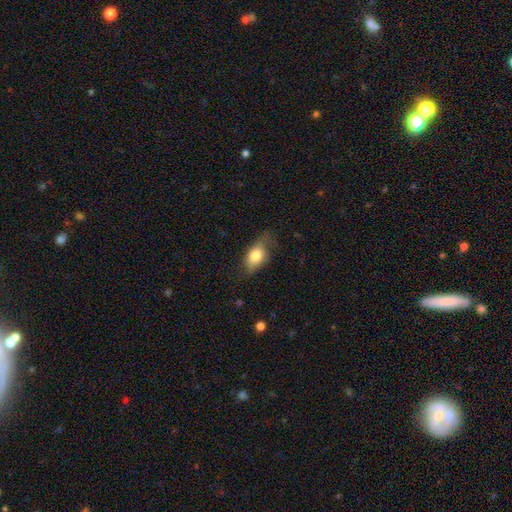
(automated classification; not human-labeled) A smooth galaxy with no disk features (76%) that is in between round and cigar-shaped (85%).

Vote fractions:
- Smooth or featured? smooth: 76% / featured or disk: 17% / star or artifact: 7%
- How rounded? in between: 85% / round: 10% / cigar-shaped: 5%
- Merging? none: 49% / minor disturbance: 35% / major disturbance: 14% / merger: 2%